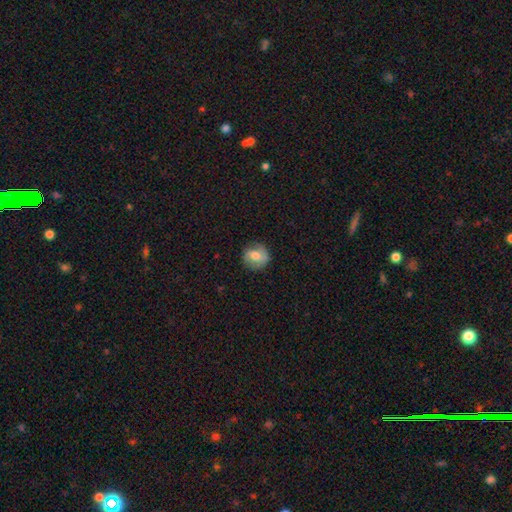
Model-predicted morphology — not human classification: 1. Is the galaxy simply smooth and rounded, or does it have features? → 61% smooth, 31% featured or disk, 8% star or artifact.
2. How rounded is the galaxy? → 83% round, 15% in between, 1% cigar-shaped.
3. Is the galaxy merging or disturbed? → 79% none, 15% minor disturbance, 5% major disturbance, 1% merger.